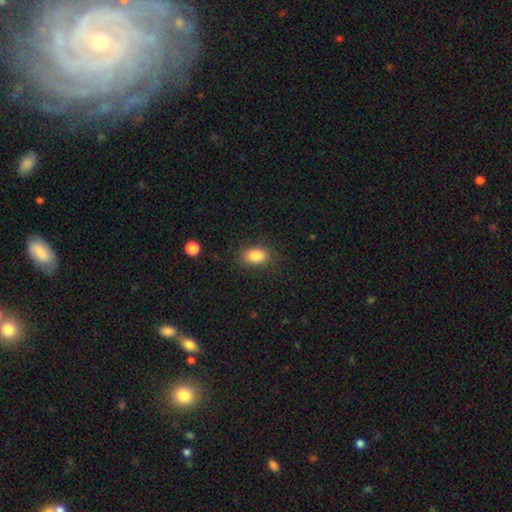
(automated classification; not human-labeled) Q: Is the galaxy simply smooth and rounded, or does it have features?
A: smooth — 86%.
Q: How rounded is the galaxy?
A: in between — 83%.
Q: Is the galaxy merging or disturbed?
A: none — 83%.